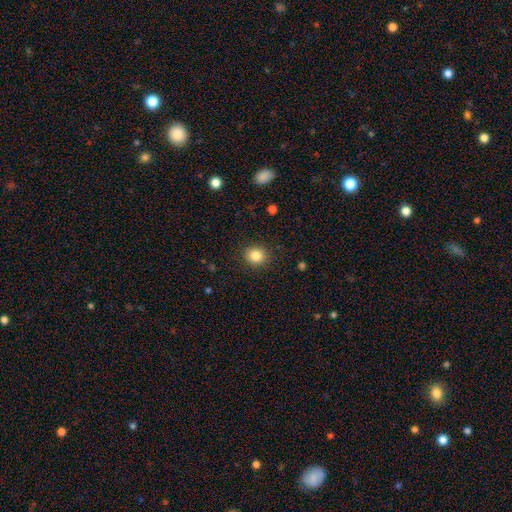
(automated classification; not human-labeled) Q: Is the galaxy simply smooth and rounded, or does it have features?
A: smooth — 84%.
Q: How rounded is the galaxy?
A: round — 85%.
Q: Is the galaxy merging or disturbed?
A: none — 90%.